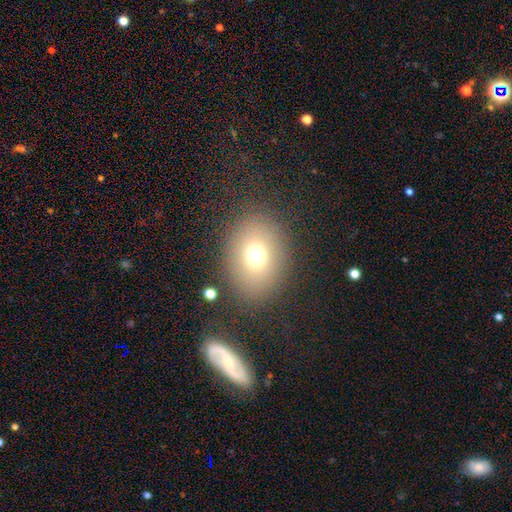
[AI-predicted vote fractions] Q: Smooth or featured?
A: smooth (72%); runner-up: star or artifact (14%)
Q: How rounded?
A: in between (57%); runner-up: round (42%)
Q: Merging?
A: none (83%); runner-up: minor disturbance (10%)